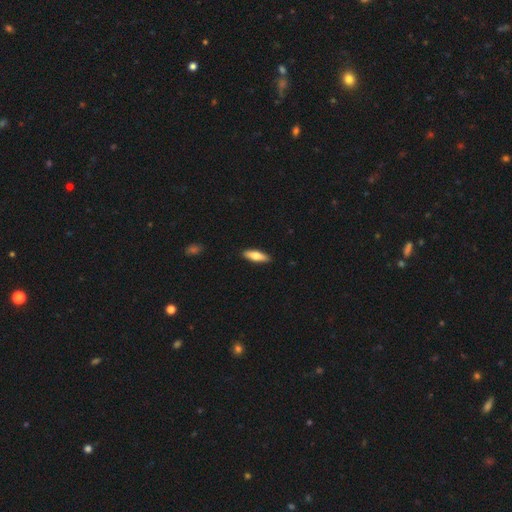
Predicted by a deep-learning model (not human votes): Smooth or featured? smooth (71%)
How rounded? in between (51%)
Merging? none (90%)